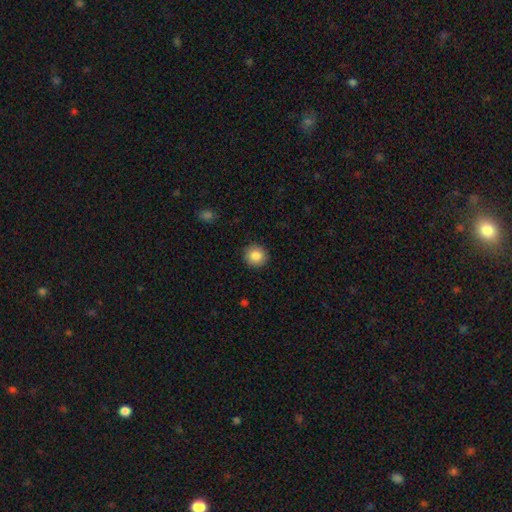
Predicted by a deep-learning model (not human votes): Overall: smooth (86%). How rounded: round (93%). Merging: none (91%).